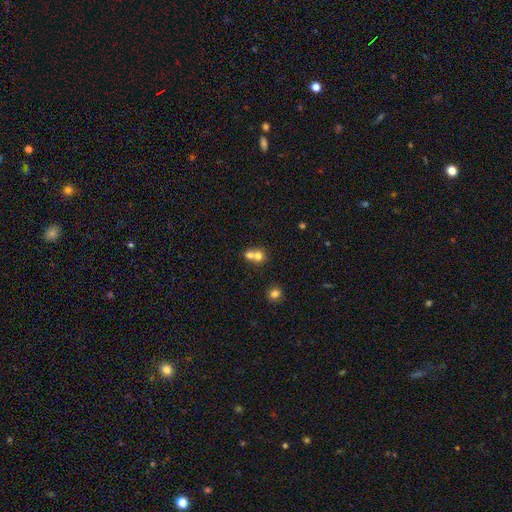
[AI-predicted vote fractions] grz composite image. It shows a smooth galaxy with no disk features (72%) that is round (77%). Merging: merger (63%).